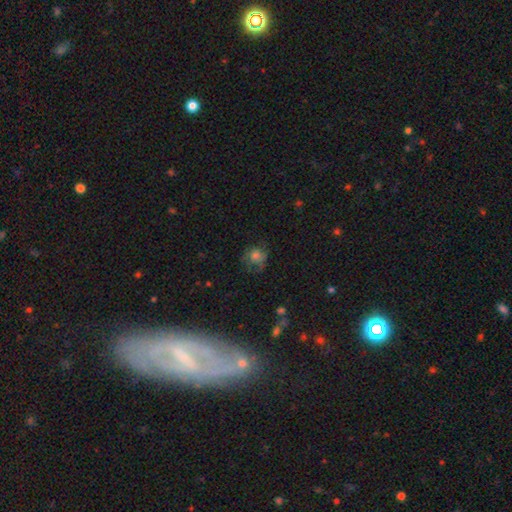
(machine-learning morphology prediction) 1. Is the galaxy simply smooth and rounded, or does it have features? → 62% smooth, 26% featured or disk, 12% star or artifact.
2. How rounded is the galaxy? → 71% round, 28% in between, 1% cigar-shaped.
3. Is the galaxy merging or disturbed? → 48% none, 26% major disturbance, 25% minor disturbance, 2% merger.